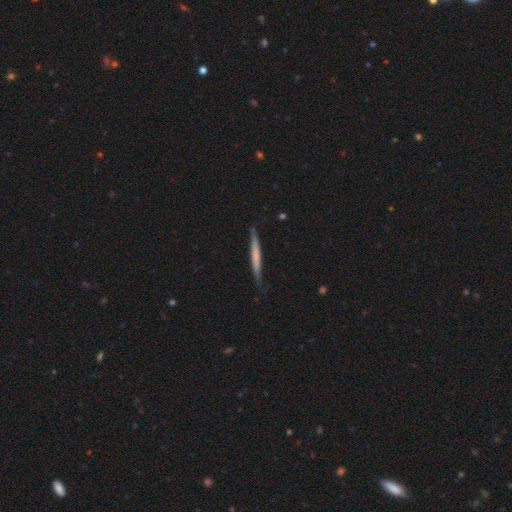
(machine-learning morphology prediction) This appears to be a smooth galaxy with no disk features (56%) that is cigar-shaped (97%). Merging: none (84%).